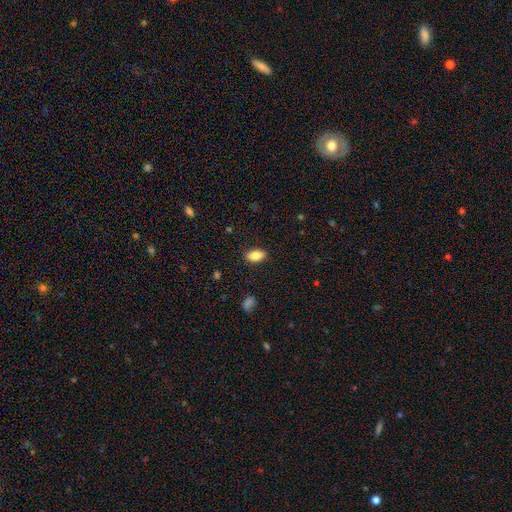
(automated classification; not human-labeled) This is clearly a smooth galaxy (83%). How rounded: clearly in between (90%). Merging: clearly none (88%).